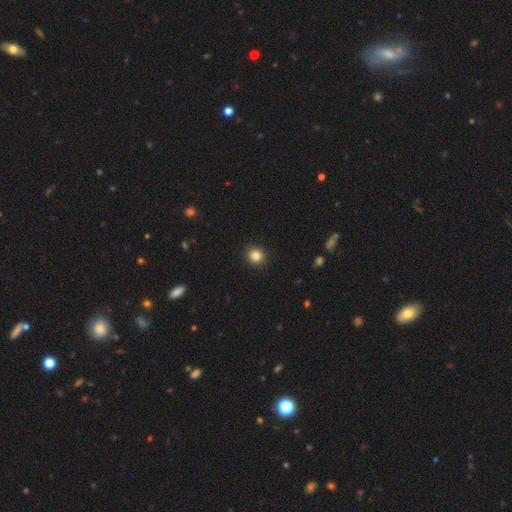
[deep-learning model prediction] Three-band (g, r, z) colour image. It shows a smooth galaxy with no disk features (85%) that is round (82%). Merging: none (91%).